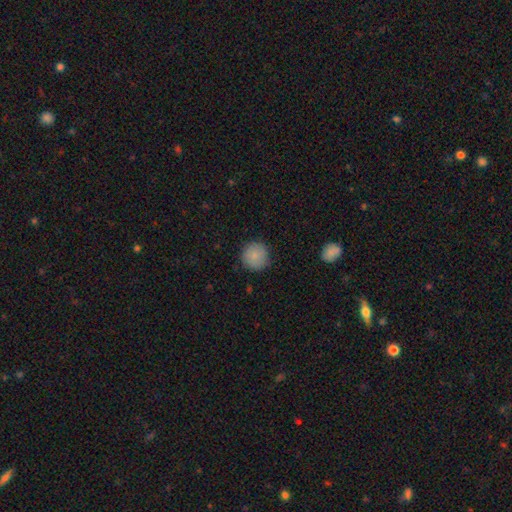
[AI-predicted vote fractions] smooth 85%, star or artifact 9%, featured or disk 6%. Down the decision tree: how rounded — round (95%); merging — none (88%).